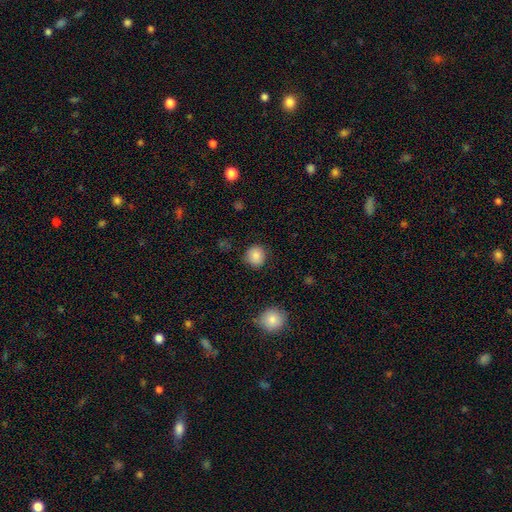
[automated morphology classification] Smooth or featured? Predicted: smooth (p=0.85). How rounded? Predicted: round (p=0.88). Merging? Predicted: none (p=0.85).